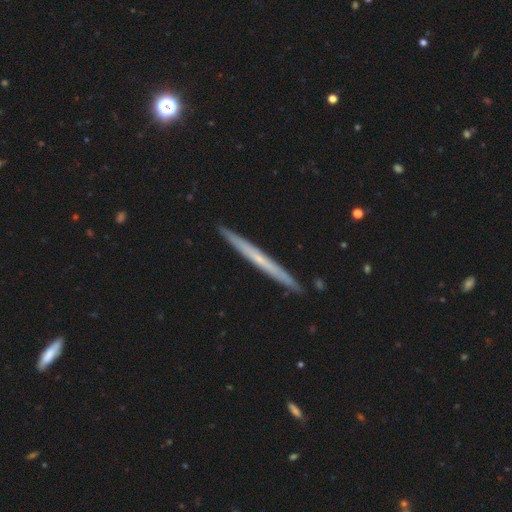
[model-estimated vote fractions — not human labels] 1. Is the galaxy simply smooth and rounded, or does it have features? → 57% featured or disk, 37% smooth, 7% star or artifact.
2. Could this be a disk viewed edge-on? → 97% yes, 3% no.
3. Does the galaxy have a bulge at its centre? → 81% none, 15% rounded, 3% boxy.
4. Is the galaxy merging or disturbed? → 91% none, 6% minor disturbance, 1% merger, 1% major disturbance.